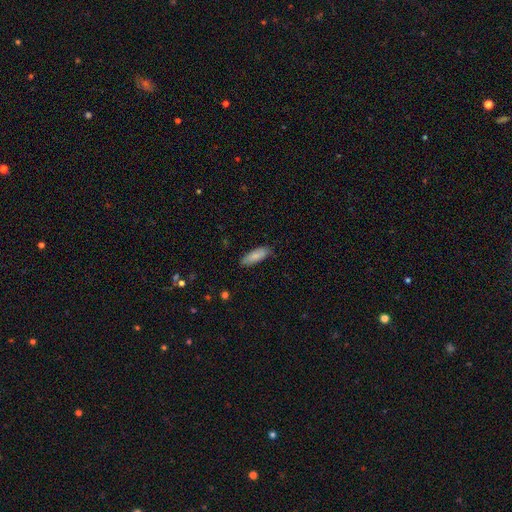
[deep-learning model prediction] smooth_or_featured: smooth (p=0.83) [alt: featured or disk p=0.11]
how_rounded: in between (p=0.63) [alt: cigar-shaped p=0.35]
merging: none (p=0.81) [alt: minor disturbance p=0.16]